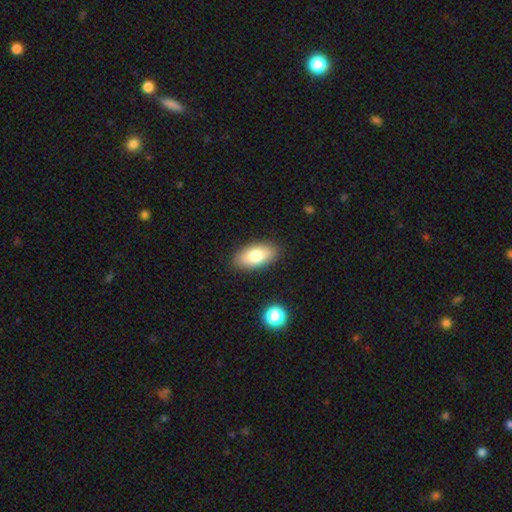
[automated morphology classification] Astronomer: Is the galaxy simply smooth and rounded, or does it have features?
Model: smooth — 78%.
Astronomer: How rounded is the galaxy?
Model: in between — 92%.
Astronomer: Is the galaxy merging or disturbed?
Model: none — 88%.